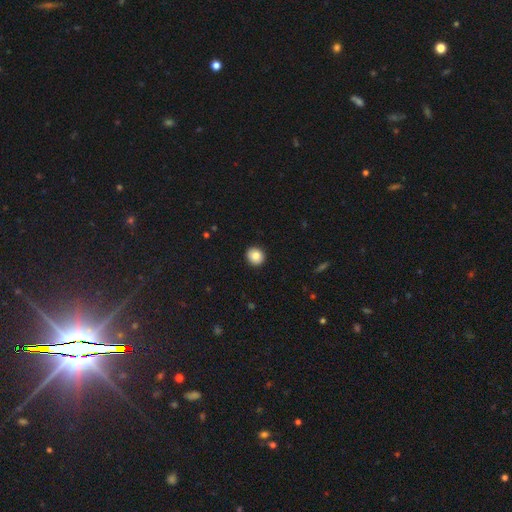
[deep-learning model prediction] Smooth or featured: smooth — 84% (star or artifact — 9%)
How rounded: round — 86% (in between — 13%)
Merging: none — 92% (minor disturbance — 5%)